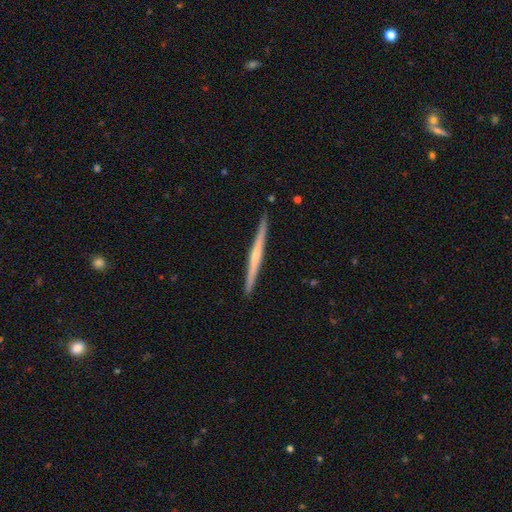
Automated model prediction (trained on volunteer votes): The model was most divided on "edge-on bulge": none: 51%, rounded: 40%, boxy: 9%. More confident: edge-on disk — yes (98%); merging — none (92%); smooth or featured — featured or disk (66%).